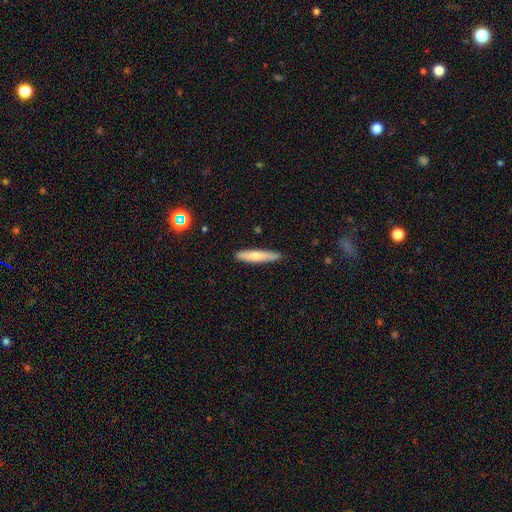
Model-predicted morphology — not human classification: This is likely a smooth galaxy (71%). How rounded: clearly cigar-shaped (87%). Merging: clearly none (85%).